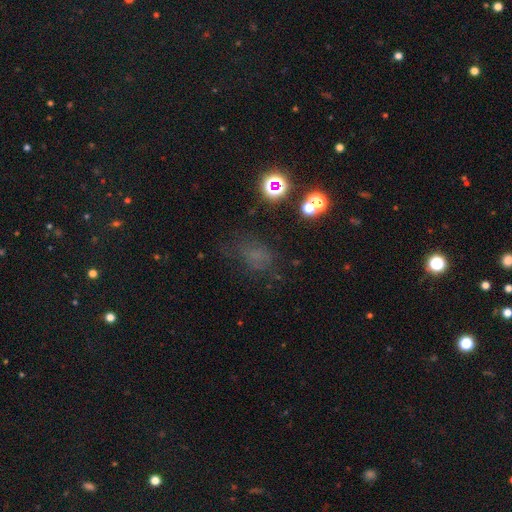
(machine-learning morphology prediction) Overall: smooth (49%; star or artifact 32%). Merging: none (57%; minor disturbance 22%).